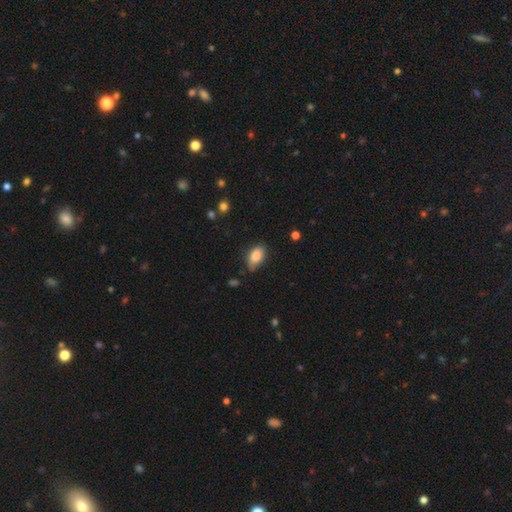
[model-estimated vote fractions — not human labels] This is clearly a smooth galaxy (84%). How rounded: clearly in between (91%). Merging: likely none (69%).